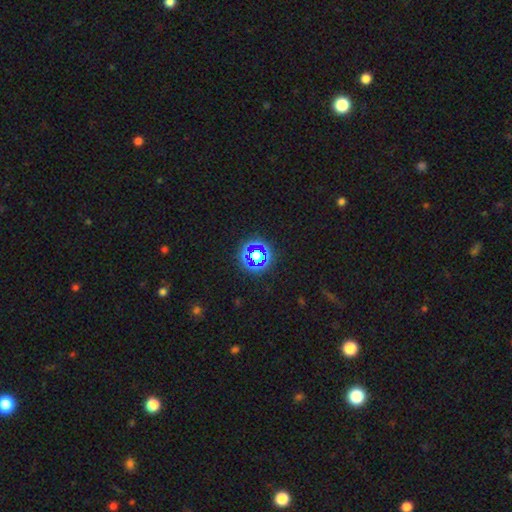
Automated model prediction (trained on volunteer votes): star or artifact 63%, smooth 25%, featured or disk 12%.